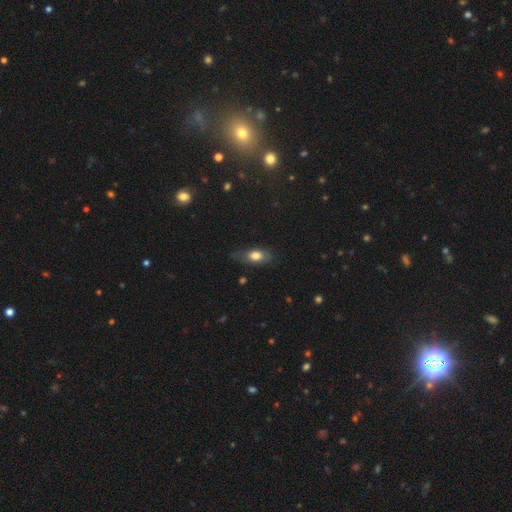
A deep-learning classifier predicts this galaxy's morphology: Smooth or featured?
  - smooth: 71% *
  - featured or disk: 20%
  - star or artifact: 9%
How rounded?
  - in between: 80% *
  - cigar-shaped: 12%
  - round: 7%
Merging?
  - none: 62% *
  - minor disturbance: 27%
  - major disturbance: 9%
  - merger: 2%